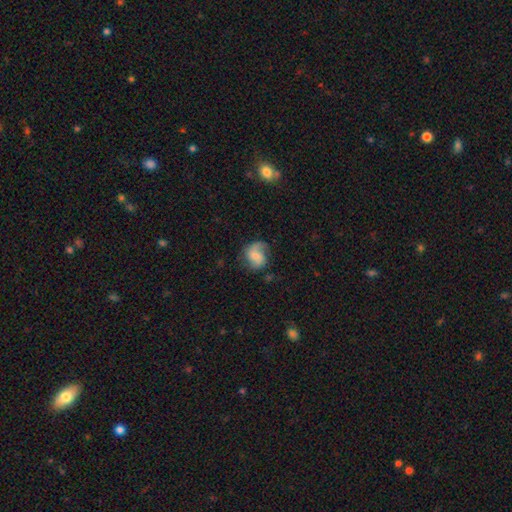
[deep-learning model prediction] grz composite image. It shows a featured or disk galaxy (61%) with no bar (54%), 2 (71%) medium (41%, tied with loose) spiral arms (91%) and a small central bulge (48%). Merging: none (61%).